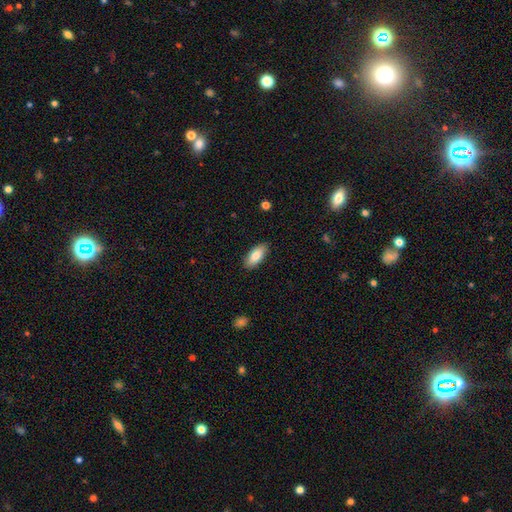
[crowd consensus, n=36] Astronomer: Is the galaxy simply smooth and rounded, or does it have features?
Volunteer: smooth — 72%.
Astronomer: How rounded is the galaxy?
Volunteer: in between — 92%.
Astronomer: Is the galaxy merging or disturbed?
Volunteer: none — 80%.